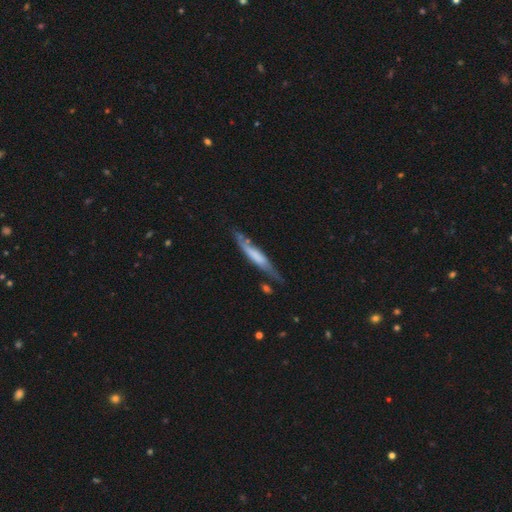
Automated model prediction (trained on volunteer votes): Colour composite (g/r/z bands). It shows a smooth galaxy with no disk features (48%). Merging: none (65%).